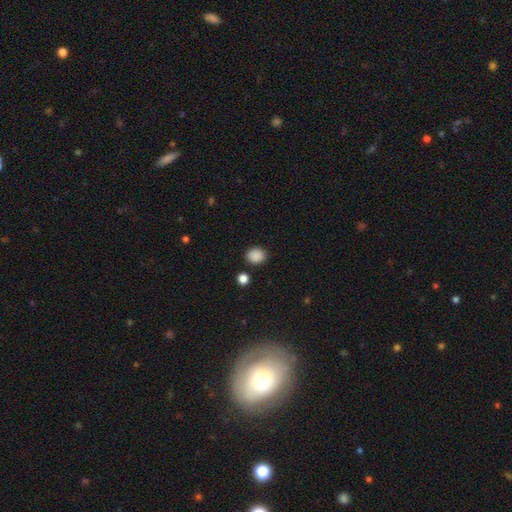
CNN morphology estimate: Smooth or featured? Predicted: smooth (p=0.88). How rounded? Predicted: round (p=0.59). Merging? Predicted: none (p=0.86).